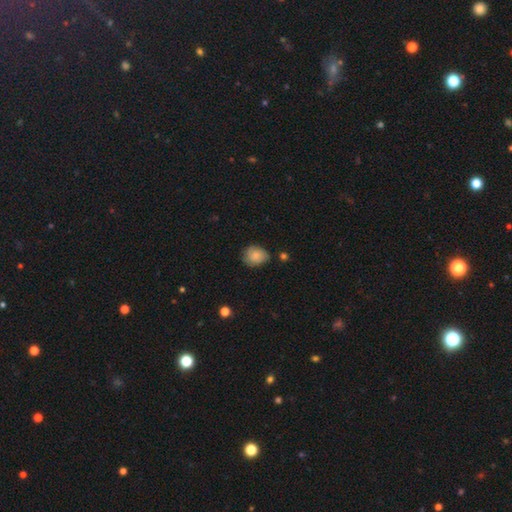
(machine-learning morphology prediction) smooth-or-featured: smooth: 79% | featured or disk: 13% | star or artifact: 8%
  how-rounded: round: 55% | in between: 44% | cigar-shaped: 1%
  merging: none: 63% | minor disturbance: 28% | major disturbance: 6% | merger: 3%